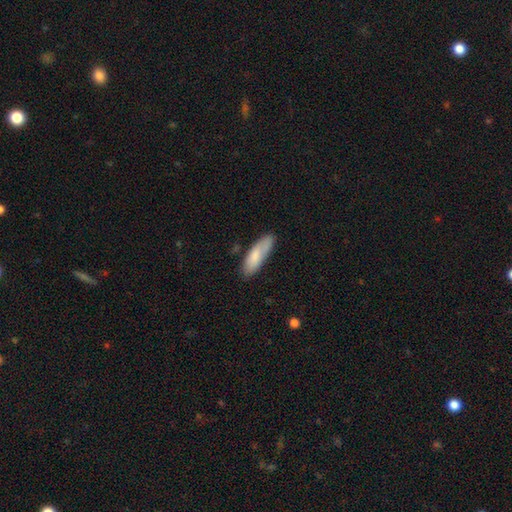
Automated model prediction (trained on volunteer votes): smooth-or-featured: smooth: 80% | featured or disk: 14% | star or artifact: 6%
  how-rounded: in between: 54% | cigar-shaped: 44% | round: 2%
  merging: none: 72% | minor disturbance: 21% | major disturbance: 4% | merger: 3%